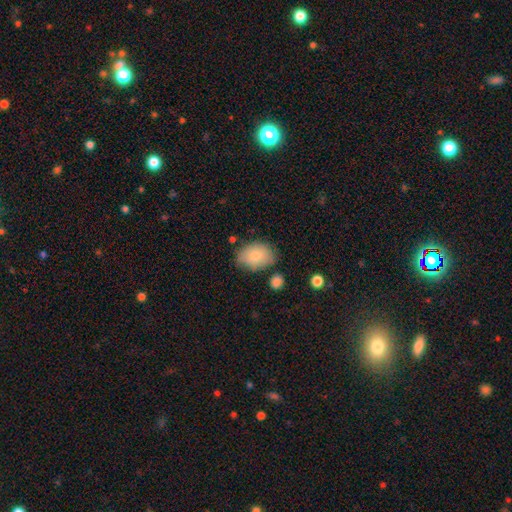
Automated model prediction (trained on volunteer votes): Smooth or featured? Predicted: smooth (p=0.81). How rounded? Predicted: in between (p=0.80). Merging? Predicted: none (p=0.69).